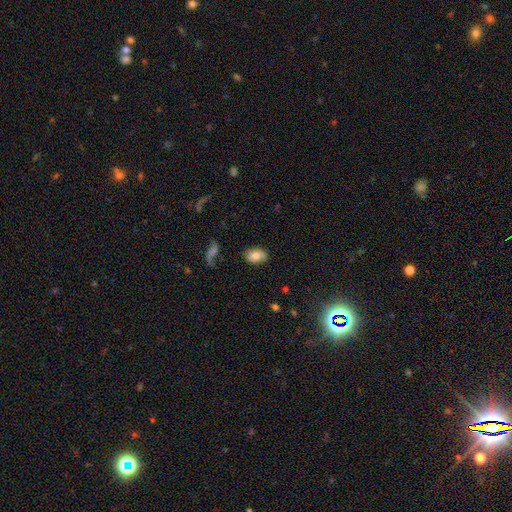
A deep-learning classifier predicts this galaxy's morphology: smooth-or-featured: smooth: 73% | featured or disk: 18% | star or artifact: 9%
  how-rounded: in between: 87% | round: 12% | cigar-shaped: 1%
  merging: none: 75% | minor disturbance: 18% | major disturbance: 5% | merger: 2%